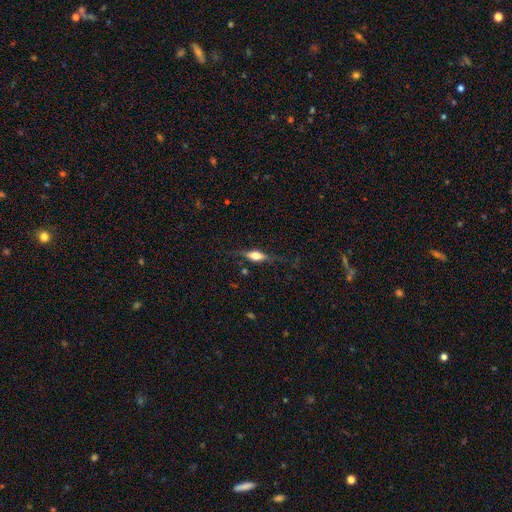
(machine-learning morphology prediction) A featured or disk galaxy (48%). Merging: none (72%).